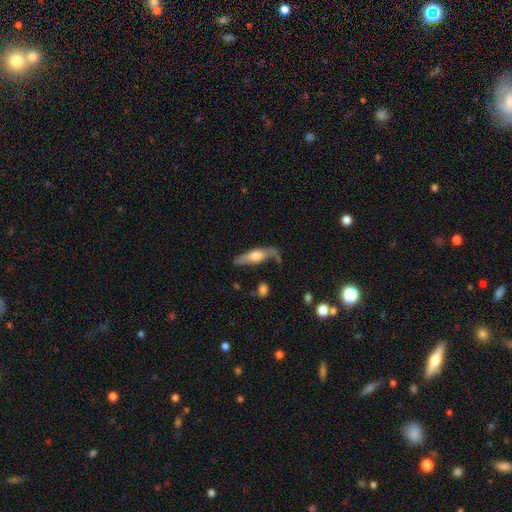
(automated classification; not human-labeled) featured or disk 48%, smooth 46%, star or artifact 6%. Down the decision tree: merging — none (55%).